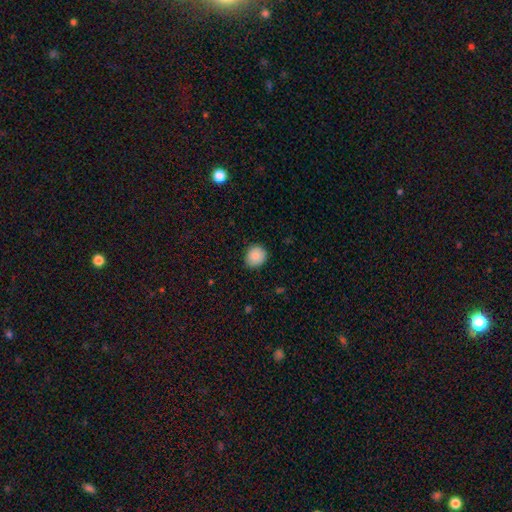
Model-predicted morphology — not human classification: This is clearly a smooth galaxy (86%). How rounded: clearly round (81%). Merging: clearly none (86%).